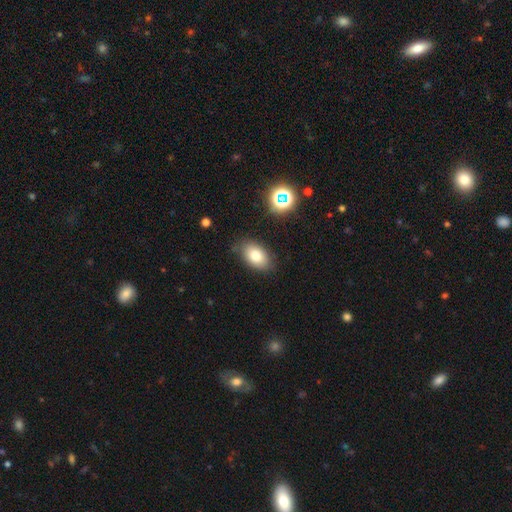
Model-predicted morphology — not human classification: Smooth or featured: smooth — 78% (featured or disk — 12%)
How rounded: in between — 89% (round — 10%)
Merging: none — 81% (minor disturbance — 14%)